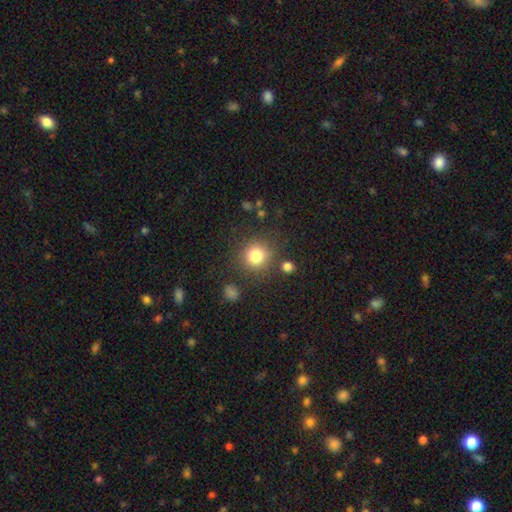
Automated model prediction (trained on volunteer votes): Q: Smooth or featured?
A: smooth (81%); runner-up: star or artifact (12%)
Q: How rounded?
A: round (91%); runner-up: in between (8%)
Q: Merging?
A: none (82%); runner-up: minor disturbance (10%)